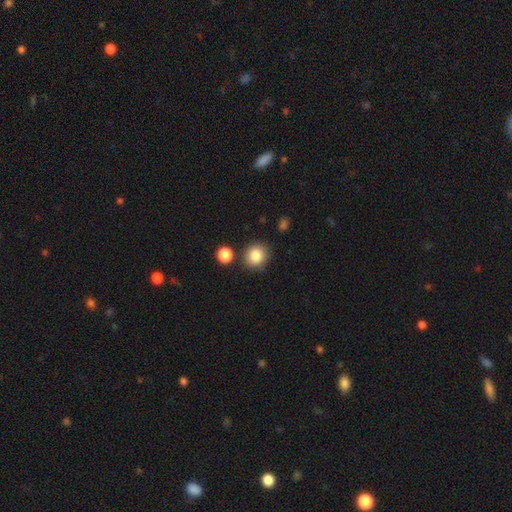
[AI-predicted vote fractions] Morphology: type=smooth (85%); roundness=round (83%); merging=none (81%).